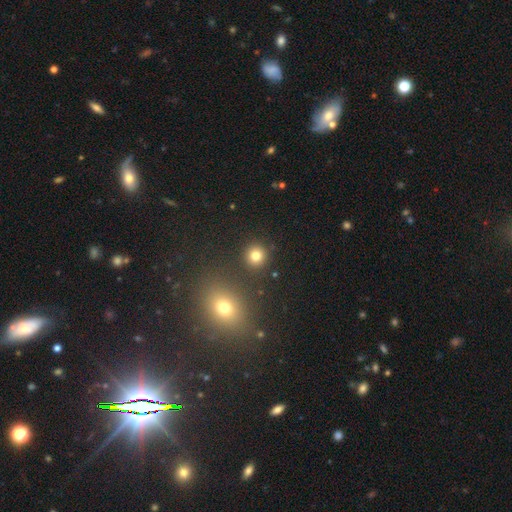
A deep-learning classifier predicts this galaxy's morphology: Overall: smooth (80%). How rounded: round (91%). Merging: none (88%).